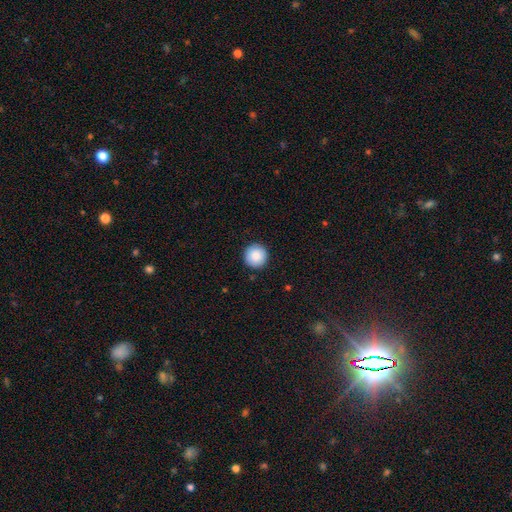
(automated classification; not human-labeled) A smooth galaxy with no disk features (88%) that is round (96%). Merging: none (92%).